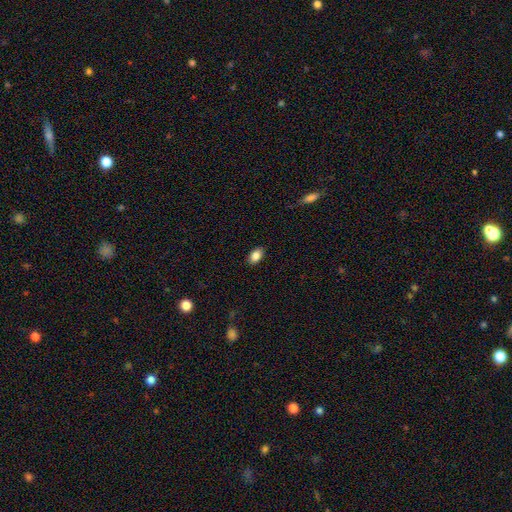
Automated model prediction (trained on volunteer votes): smooth_or_featured: smooth (p=0.86) [alt: star or artifact p=0.08]
how_rounded: in between (p=0.88) [alt: round p=0.10]
merging: none (p=0.87) [alt: minor disturbance p=0.10]